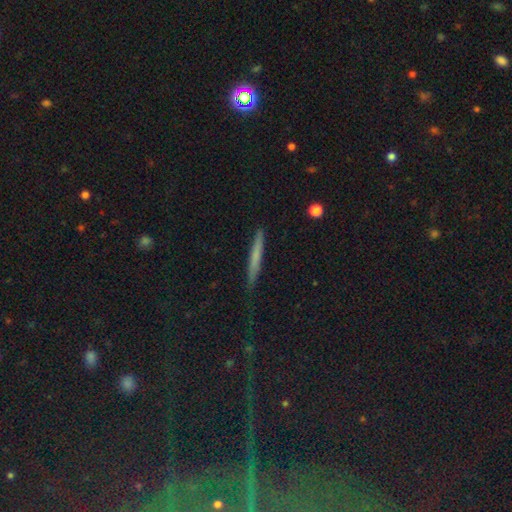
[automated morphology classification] Smooth or featured?
  - smooth: 59% *
  - featured or disk: 32%
  - star or artifact: 9%
How rounded?
  - cigar-shaped: 96% *
  - in between: 3%
  - round: 2%
Merging?
  - none: 87% *
  - minor disturbance: 10%
  - major disturbance: 2%
  - merger: 1%